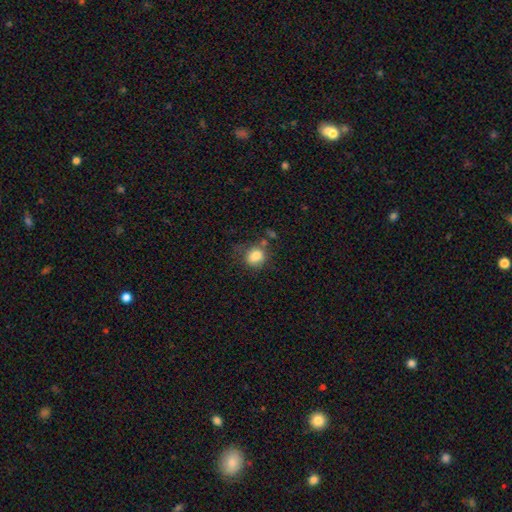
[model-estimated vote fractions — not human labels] Smooth or featured? smooth (82%)
How rounded? round (67%)
Merging? none (59%)